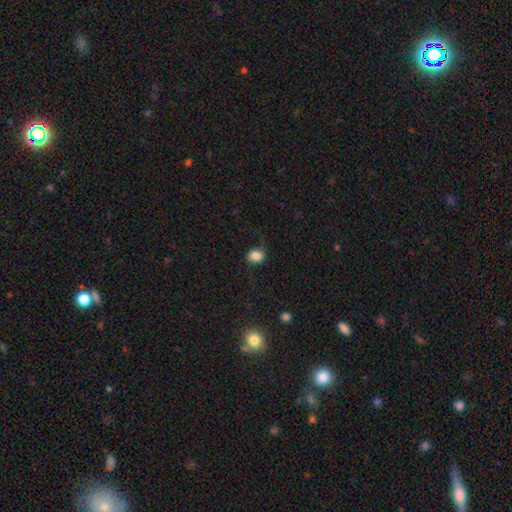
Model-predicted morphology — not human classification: This is likely a smooth galaxy (79%). How rounded: likely round (61%). Merging: likely none (69%).